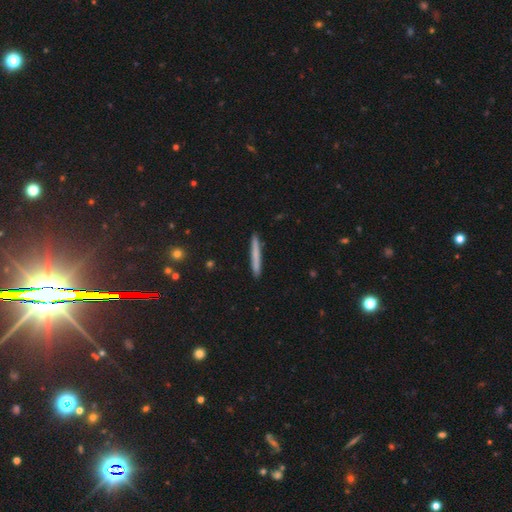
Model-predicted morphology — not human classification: Smooth or featured: smooth — 70% (featured or disk — 24%)
How rounded: cigar-shaped — 97% (in between — 2%)
Merging: none — 92% (minor disturbance — 6%)